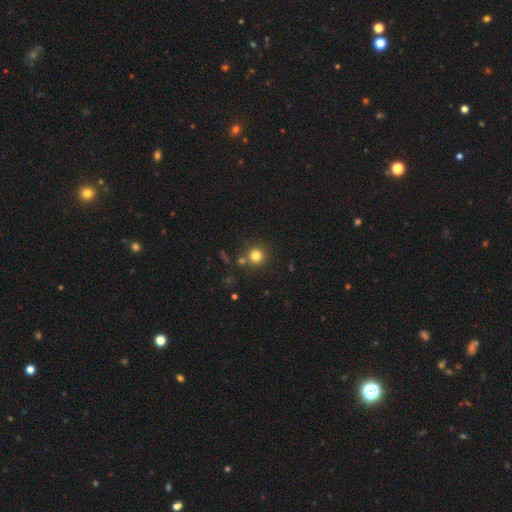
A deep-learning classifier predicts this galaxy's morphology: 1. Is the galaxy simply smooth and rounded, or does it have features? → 80% smooth, 13% star or artifact, 7% featured or disk.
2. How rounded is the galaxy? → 93% round, 6% in between, 1% cigar-shaped.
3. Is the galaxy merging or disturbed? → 78% none, 11% merger, 8% minor disturbance, 3% major disturbance.